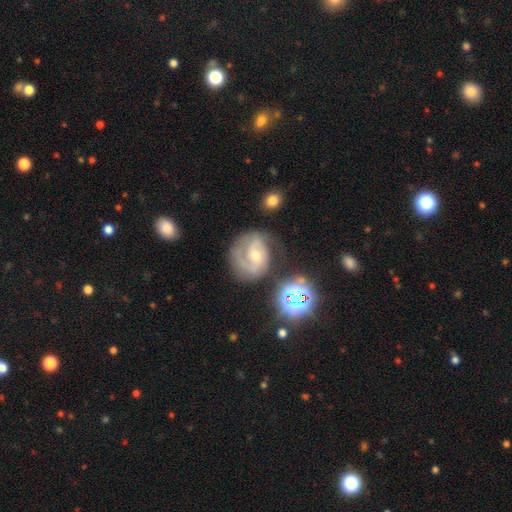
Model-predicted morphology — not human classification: Smooth or featured? featured or disk (76%)
Edge-on disk? no (97%)
Bar? no (52%)
Spiral arms? yes (91%)
Spiral winding? tight (43%)
Spiral arm count? 2 (54%)
Bulge size? small (51%)
Merging? none (60%)